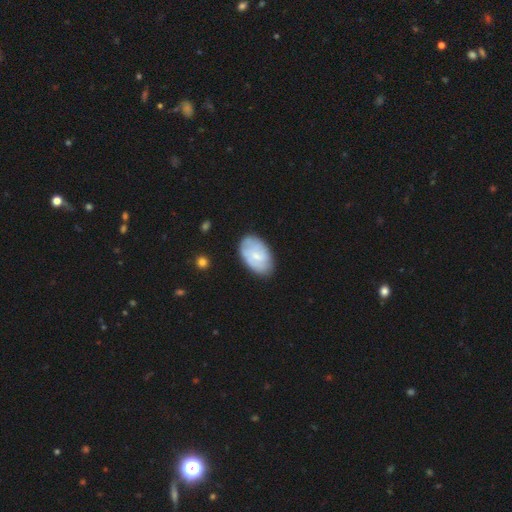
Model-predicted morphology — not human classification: featured or disk 47% (tied), smooth 47% (tied), star or artifact 6%. Down the decision tree: merging — none (76%).